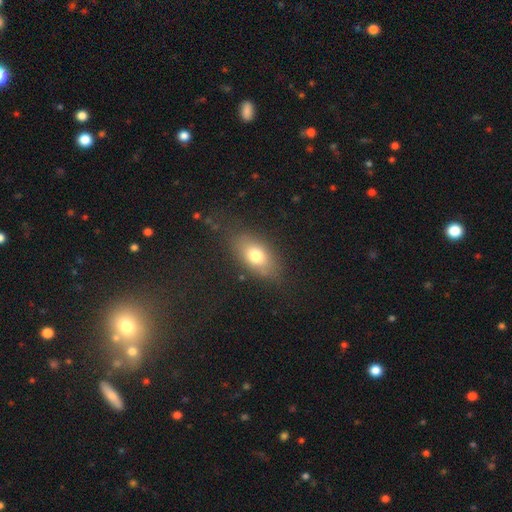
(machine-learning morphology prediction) smooth-or-featured: smooth: 74% | featured or disk: 17% | star or artifact: 10%
  how-rounded: in between: 83% | round: 12% | cigar-shaped: 5%
  merging: none: 77% | minor disturbance: 15% | major disturbance: 6% | merger: 2%